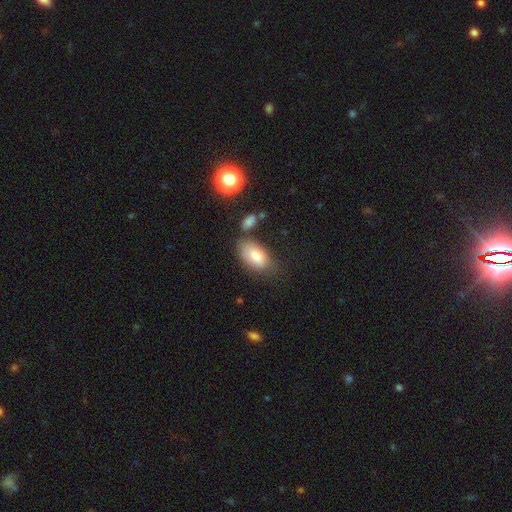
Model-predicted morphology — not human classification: The model was most divided on "merging": none: 61%, minor disturbance: 22%, merger: 10%, major disturbance: 7%. More confident: how rounded — in between (93%); smooth or featured — smooth (80%).